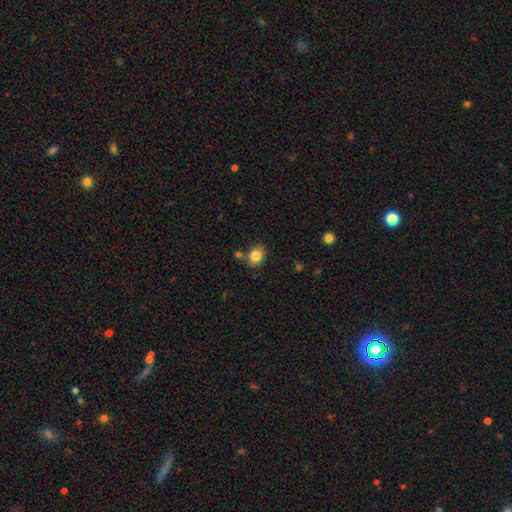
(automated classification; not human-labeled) Smooth or featured? smooth (83%)
How rounded? in between (52%)
Merging? none (72%)